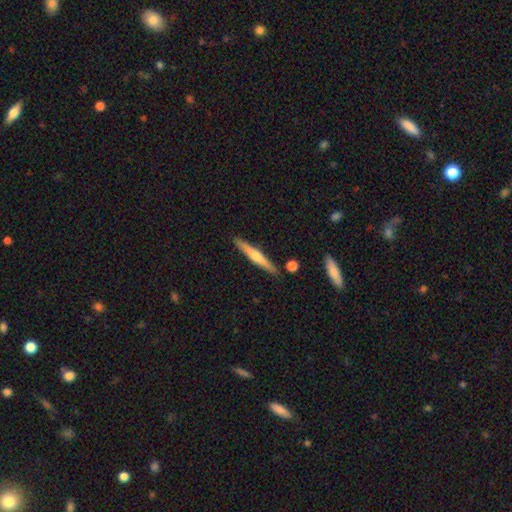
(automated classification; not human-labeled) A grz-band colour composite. It shows a featured or disk galaxy (55%) viewed edge-on (96%) with a rounded central bulge (82%). Merging: none (89%).